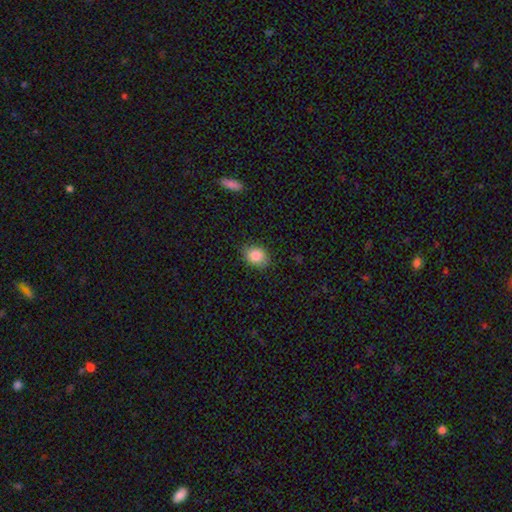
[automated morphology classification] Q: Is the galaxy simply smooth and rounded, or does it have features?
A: smooth — 85%.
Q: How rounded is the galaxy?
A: in between — 55%.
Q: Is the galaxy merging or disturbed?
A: none — 82%.